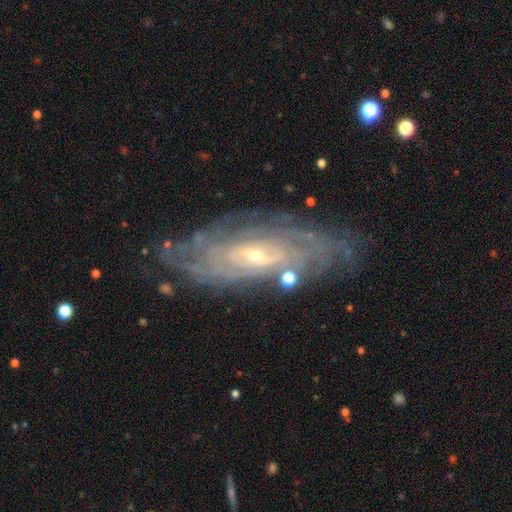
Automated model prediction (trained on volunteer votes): A featured or disk galaxy (82%) with no bar (54%), tight (76%) spiral arms (89%) and a small central bulge (70%).

Vote fractions:
- Smooth or featured? featured or disk: 82% / smooth: 11% / star or artifact: 7%
- Edge-on disk? no: 85% / yes: 15%
- Bar? no: 54% / weak: 35% / strong: 10%
- Spiral arms? yes: 89% / no: 11%
- Spiral winding? tight: 76% / medium: 19% / loose: 5%
- Spiral arm count? can't tell: 59% / more than 4: 10% / 4: 10% / 2: 9% / 3: 7% / 1: 5%
- Bulge size? small: 70% / moderate: 26% / none: 1% / large: 1% / dominant: 1%
- Merging? none: 79% / minor disturbance: 14% / major disturbance: 5% / merger: 2%